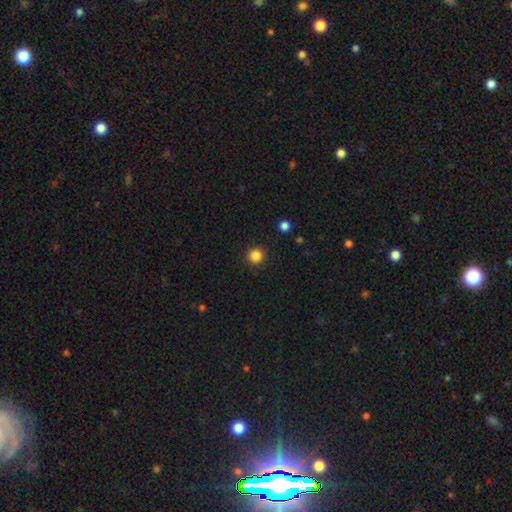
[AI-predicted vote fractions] smooth_or_featured: smooth (p=0.85) [alt: star or artifact p=0.12]
how_rounded: round (p=0.95) [alt: in between p=0.04]
merging: none (p=0.92) [alt: minor disturbance p=0.05]